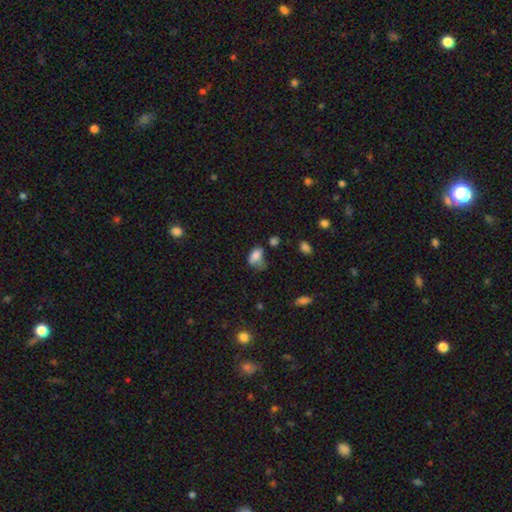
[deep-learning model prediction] Q: Smooth or featured?
A: smooth (74%); runner-up: featured or disk (14%)
Q: How rounded?
A: in between (85%); runner-up: round (12%)
Q: Merging?
A: minor disturbance (33%); runner-up: major disturbance (29%)